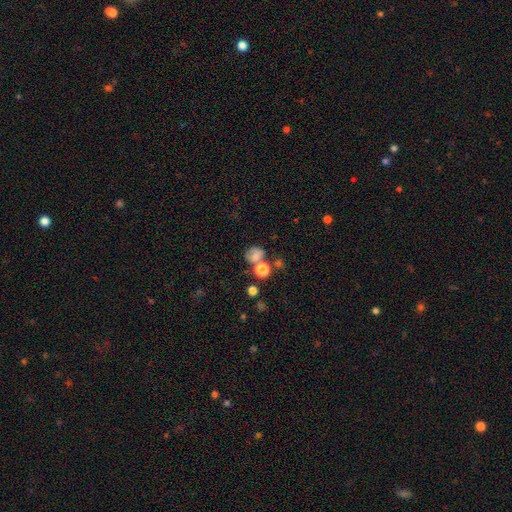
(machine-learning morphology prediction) A smooth galaxy with no disk features (69%) that is round (66%).

Vote fractions:
- Smooth or featured? smooth: 69% / star or artifact: 16% / featured or disk: 15%
- How rounded? round: 66% / in between: 33% / cigar-shaped: 1%
- Merging? none: 43% / merger: 30% / minor disturbance: 16% / major disturbance: 11%